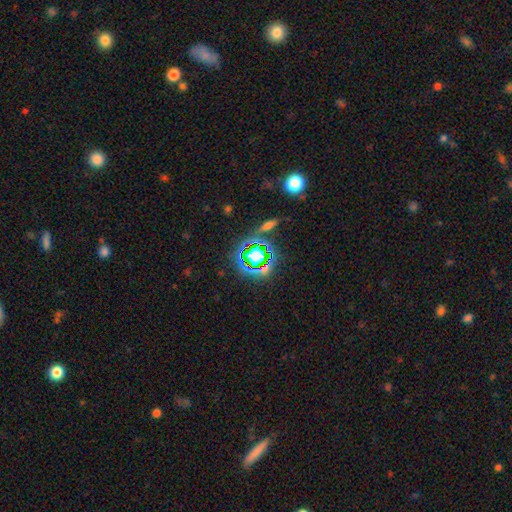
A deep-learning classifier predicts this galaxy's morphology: This is likely a star or artifact rather than a galaxy (61%).